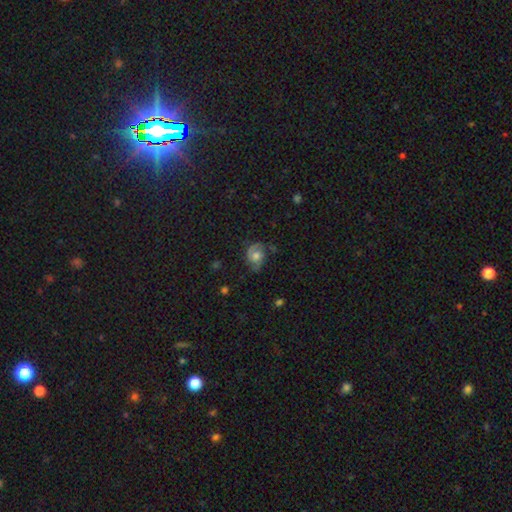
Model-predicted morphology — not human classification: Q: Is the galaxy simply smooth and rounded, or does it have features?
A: featured or disk — 60%.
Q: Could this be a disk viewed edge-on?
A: no — 97%.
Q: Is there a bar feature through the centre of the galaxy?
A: no — 73%.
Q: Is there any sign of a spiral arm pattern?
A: yes — 88%.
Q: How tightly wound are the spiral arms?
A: medium — 45%.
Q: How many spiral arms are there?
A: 2 — 76%.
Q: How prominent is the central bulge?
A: moderate — 63%.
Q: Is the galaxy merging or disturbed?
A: none — 62%.